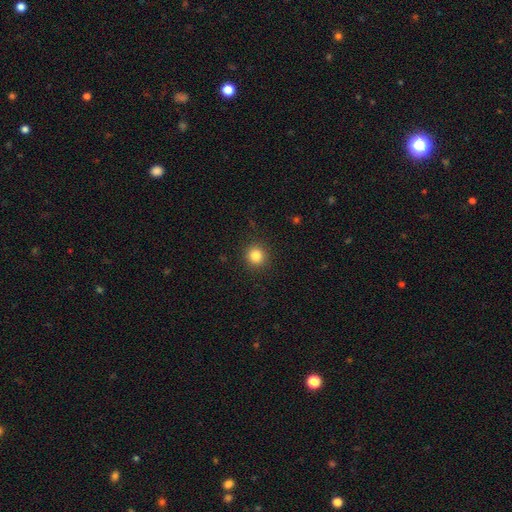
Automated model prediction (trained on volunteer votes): A smooth galaxy with no disk features (84%) that is round (91%).

Vote fractions:
- Smooth or featured? smooth: 84% / star or artifact: 11% / featured or disk: 5%
- How rounded? round: 91% / in between: 8% / cigar-shaped: 1%
- Merging? none: 91% / minor disturbance: 6% / major disturbance: 2% / merger: 1%